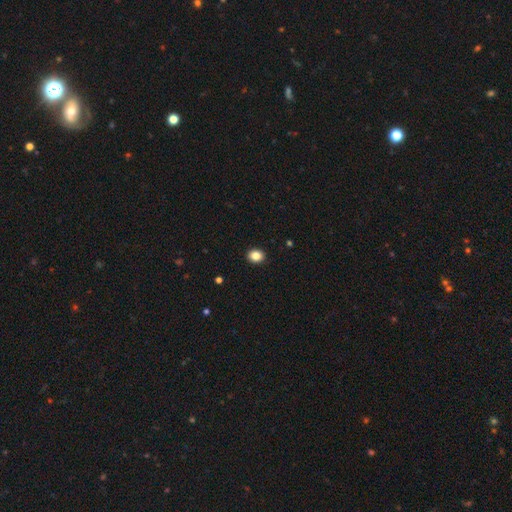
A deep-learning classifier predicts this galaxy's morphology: Smooth or featured: smooth — 85% (star or artifact — 10%)
How rounded: round — 57% (in between — 43%)
Merging: none — 92% (minor disturbance — 6%)